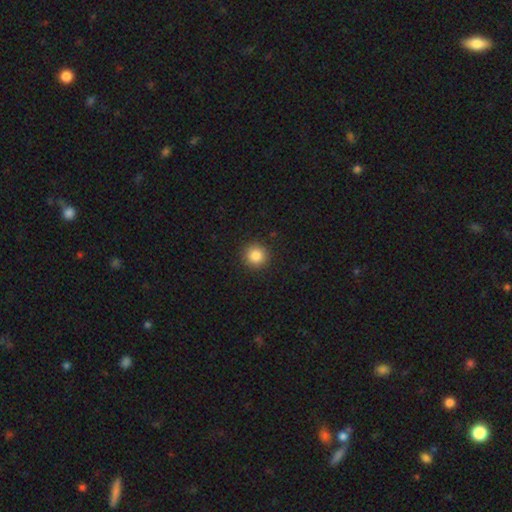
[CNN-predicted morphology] smooth-or-featured: smooth: 85% | star or artifact: 10% | featured or disk: 5%
  how-rounded: round: 94% | in between: 5% | cigar-shaped: 1%
  merging: none: 92% | minor disturbance: 5% | major disturbance: 2% | merger: 1%